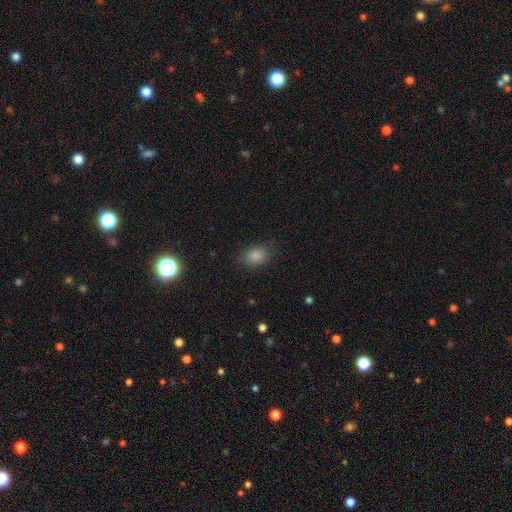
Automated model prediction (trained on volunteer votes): This is clearly a smooth galaxy (85%). How rounded: likely in between (77%). Merging: clearly none (81%).